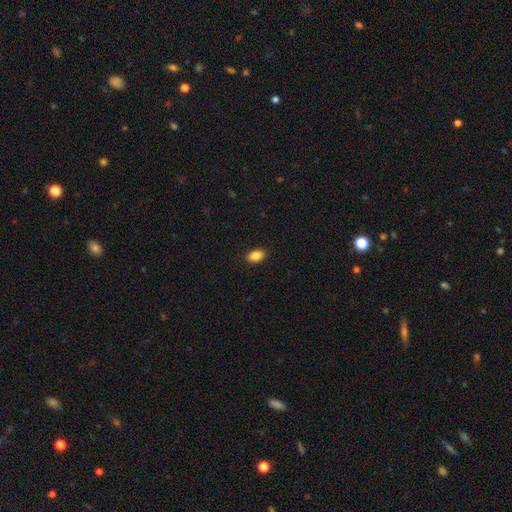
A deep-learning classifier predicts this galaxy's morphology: This appears to be a smooth galaxy with no disk features (87%) that is in between round and cigar-shaped (89%). Merging: none (89%).